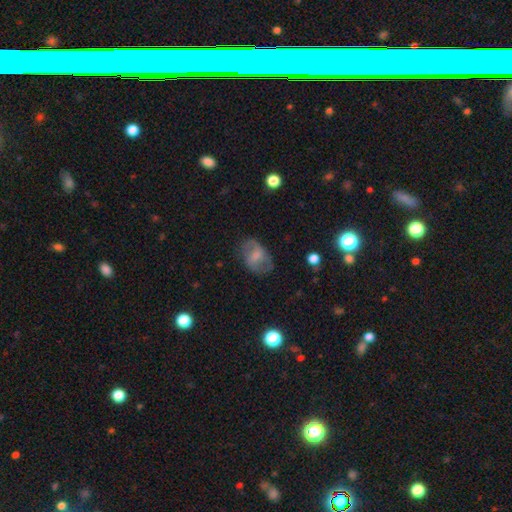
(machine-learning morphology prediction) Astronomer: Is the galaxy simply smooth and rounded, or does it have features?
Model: smooth — 48% (runner-up: featured or disk, 43%).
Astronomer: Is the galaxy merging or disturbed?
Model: none — 63%.